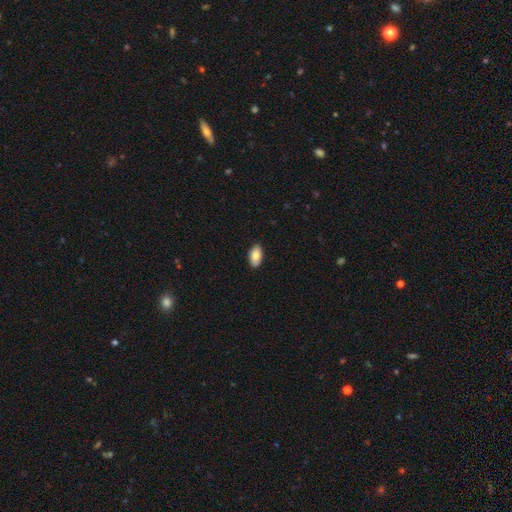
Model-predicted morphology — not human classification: Smooth or featured? Predicted: smooth (p=0.81). How rounded? Predicted: in between (p=0.94). Merging? Predicted: none (p=0.89).